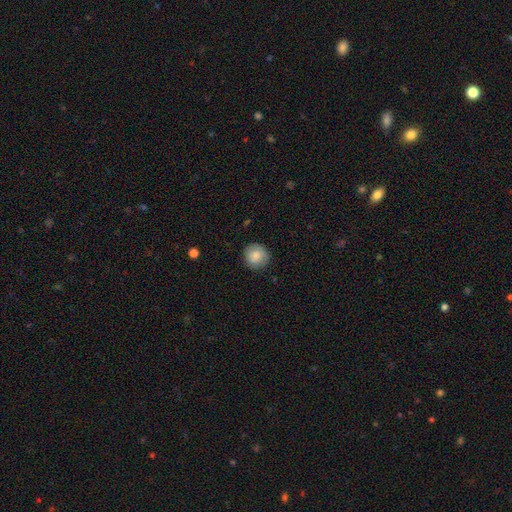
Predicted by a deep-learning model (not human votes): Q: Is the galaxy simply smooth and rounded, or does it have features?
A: smooth — 84%.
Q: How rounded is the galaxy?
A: round — 93%.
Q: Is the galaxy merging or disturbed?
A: none — 88%.